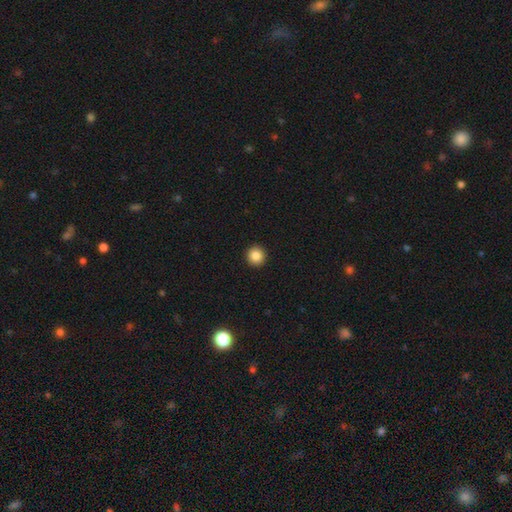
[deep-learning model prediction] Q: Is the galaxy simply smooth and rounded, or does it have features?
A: smooth — 86%.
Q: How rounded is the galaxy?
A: round — 95%.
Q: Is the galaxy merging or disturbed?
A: none — 94%.